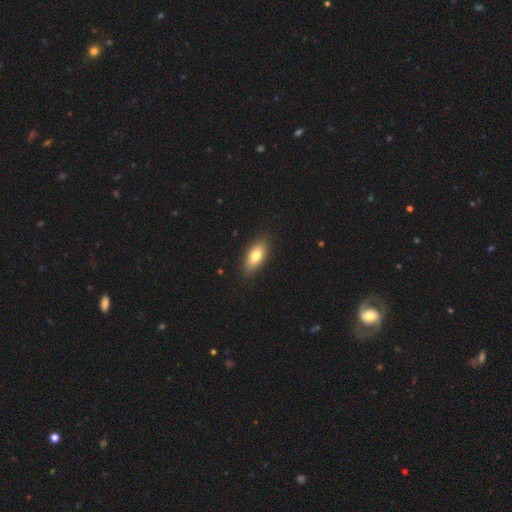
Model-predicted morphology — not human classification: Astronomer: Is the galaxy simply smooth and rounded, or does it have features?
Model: smooth — 75%.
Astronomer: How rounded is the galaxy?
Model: in between — 84%.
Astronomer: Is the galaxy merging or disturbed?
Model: none — 87%.